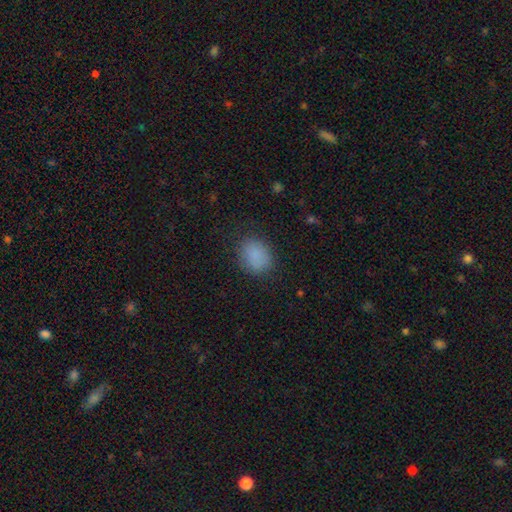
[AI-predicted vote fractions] Morphology: type=smooth (86%); roundness=in between (50%); merging=none (81%).